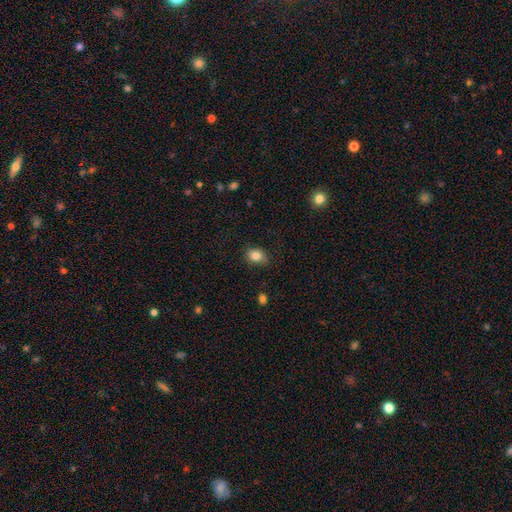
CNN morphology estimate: Overall: smooth (84%). How rounded: in between (53%; round 46%). Merging: none (76%).